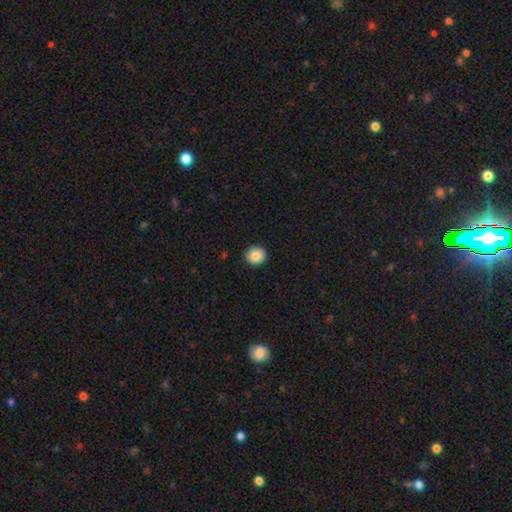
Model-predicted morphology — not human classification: Overall: smooth (87%). How rounded: round (83%). Merging: none (91%).